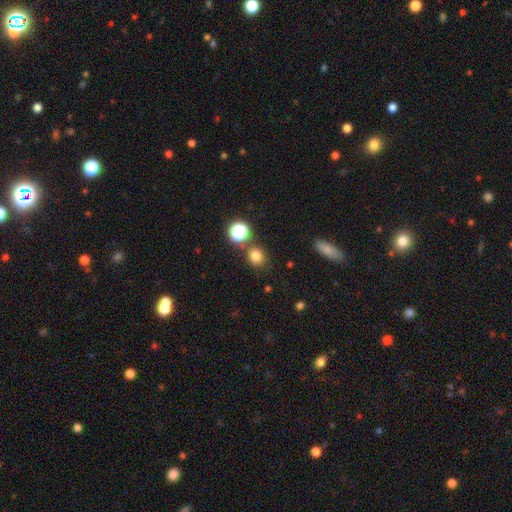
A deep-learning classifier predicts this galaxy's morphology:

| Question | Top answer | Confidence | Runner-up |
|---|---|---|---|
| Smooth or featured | smooth | 77% | star or artifact (17%) |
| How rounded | round | 80% | in between (19%) |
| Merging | none | 77% | merger (10%) |